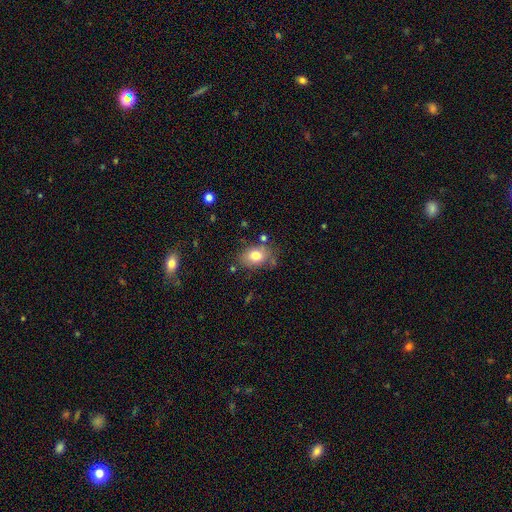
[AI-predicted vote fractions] A smooth galaxy with no disk features (76%) that is in between round and cigar-shaped (72%). Merging: none (73%).